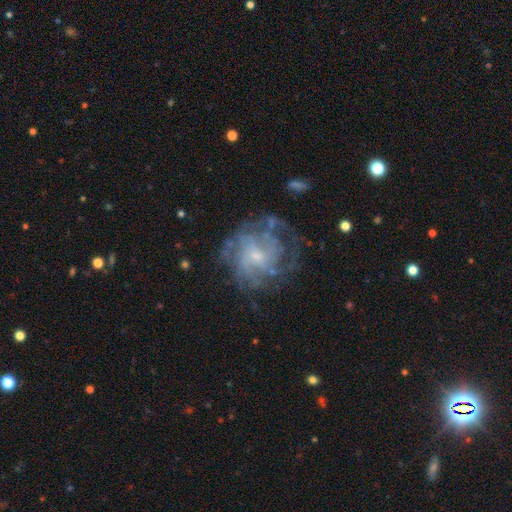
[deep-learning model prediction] This is likely a featured or disk galaxy (76%). It is clearly not viewed edge-on (98%). Bar: likely no (67%). Spiral arm pattern: clearly yes (81%). Spiral arm count: possibly can't tell (46%). Spiral winding: possibly tight (47%). Central bulge: likely small (65%). Merging: likely none (63%).